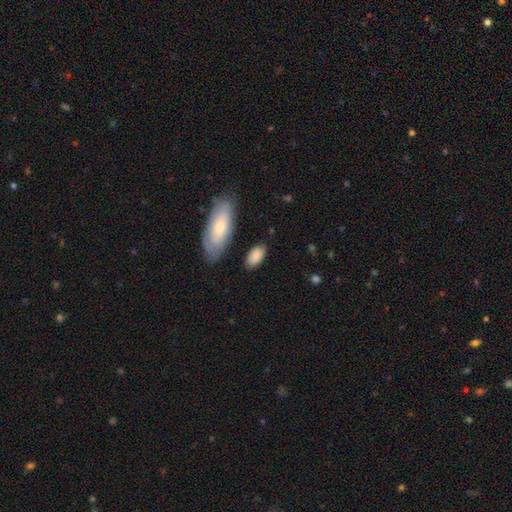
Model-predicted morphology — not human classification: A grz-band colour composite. It shows a smooth galaxy with no disk features (86%) that is in between round and cigar-shaped (91%). Merging: none (78%).